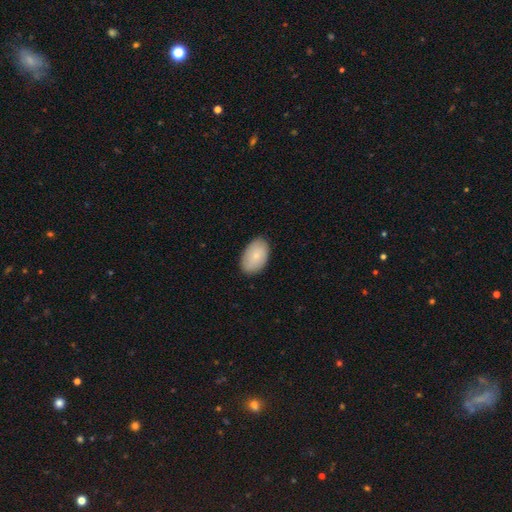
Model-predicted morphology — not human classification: Smooth or featured? smooth (80%)
How rounded? in between (90%)
Merging? none (86%)